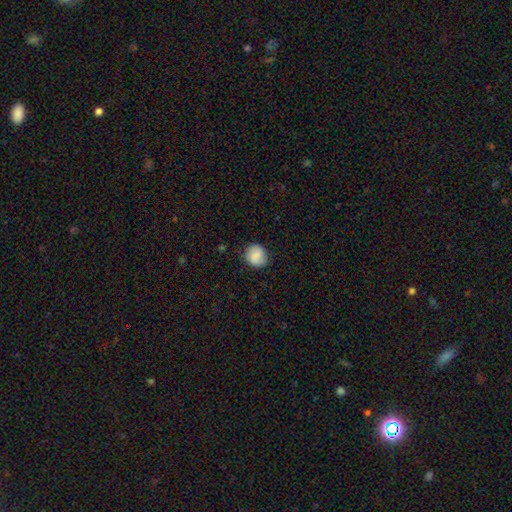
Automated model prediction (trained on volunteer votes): Smooth or featured: smooth — 79% (featured or disk — 13%)
How rounded: round — 83% (in between — 16%)
Merging: none — 80% (minor disturbance — 15%)